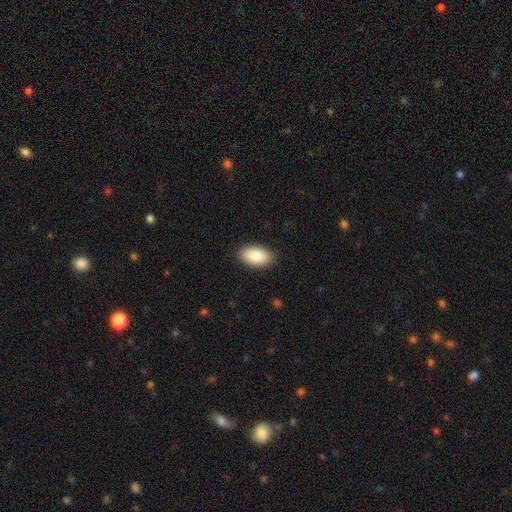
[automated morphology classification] A smooth galaxy with no disk features (87%) that is in between round and cigar-shaped (94%). Merging: none (88%).